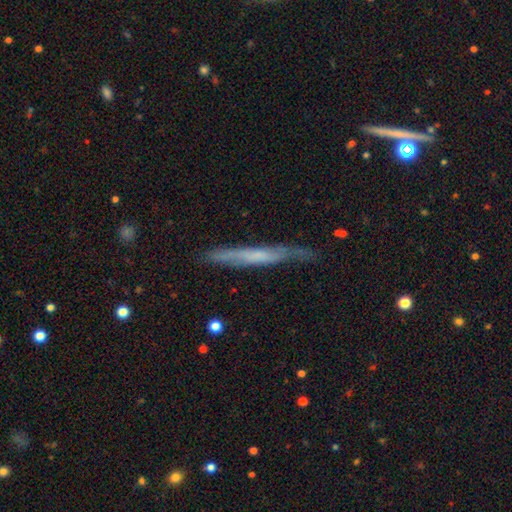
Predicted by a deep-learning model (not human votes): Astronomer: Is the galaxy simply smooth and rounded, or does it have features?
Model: featured or disk — 50% (runner-up: smooth, 44%).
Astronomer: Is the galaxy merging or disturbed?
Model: none — 72%.